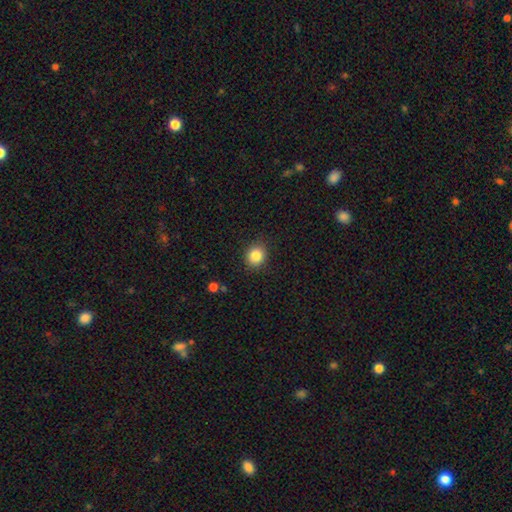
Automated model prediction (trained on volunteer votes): Smooth or featured: smooth — 85% (star or artifact — 10%)
How rounded: round — 80% (in between — 19%)
Merging: none — 89% (minor disturbance — 7%)